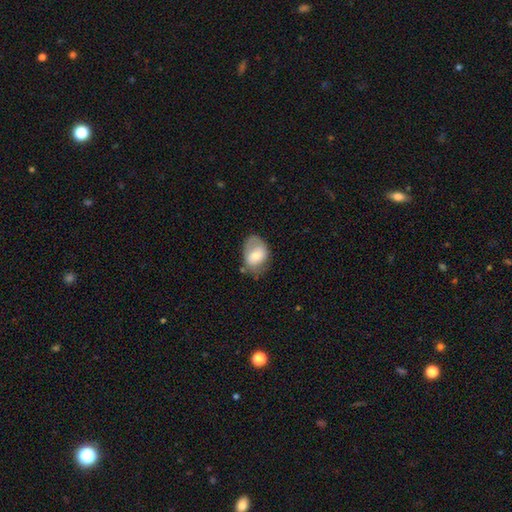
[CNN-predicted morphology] Q: Smooth or featured?
A: smooth (61%); runner-up: featured or disk (32%)
Q: How rounded?
A: in between (75%); runner-up: round (24%)
Q: Merging?
A: none (52%); runner-up: minor disturbance (29%)